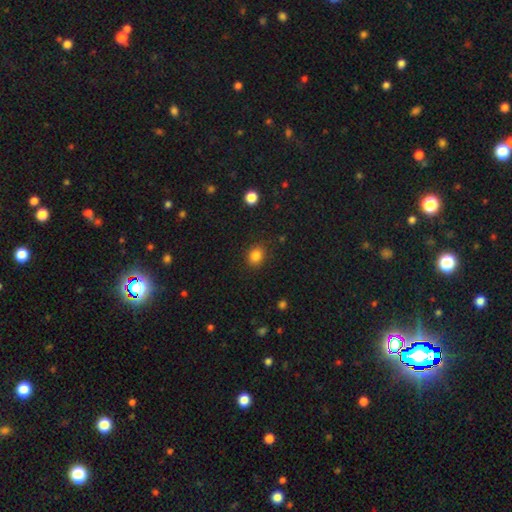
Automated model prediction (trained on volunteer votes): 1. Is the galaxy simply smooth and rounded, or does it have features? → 84% smooth, 11% star or artifact, 5% featured or disk.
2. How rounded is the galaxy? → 56% round, 43% in between, 1% cigar-shaped.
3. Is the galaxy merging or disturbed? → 86% none, 10% minor disturbance, 3% major disturbance, 1% merger.